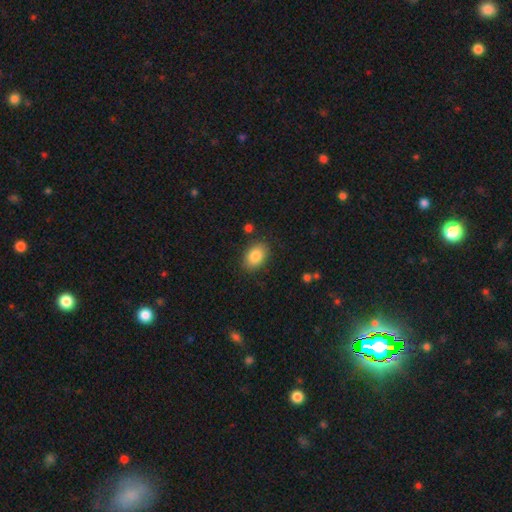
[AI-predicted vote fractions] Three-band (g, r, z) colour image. It shows a smooth galaxy with no disk features (85%) that is in between round and cigar-shaped (84%). Merging: none (85%).